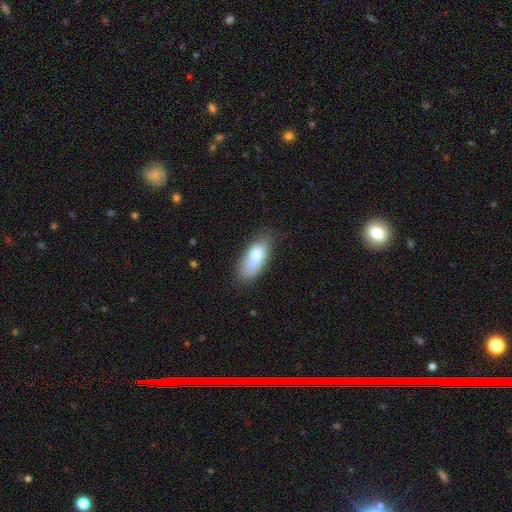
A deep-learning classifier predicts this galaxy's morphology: smooth-or-featured: smooth: 78% | featured or disk: 14% | star or artifact: 8%
  how-rounded: in between: 85% | cigar-shaped: 12% | round: 3%
  merging: none: 65% | minor disturbance: 25% | major disturbance: 8% | merger: 2%